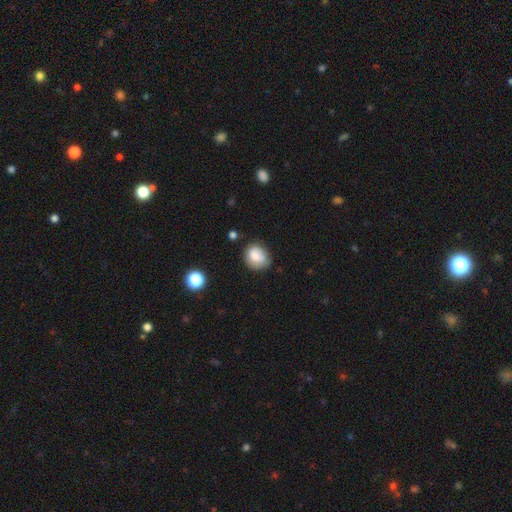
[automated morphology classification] type=smooth (81%); roundness=round (60%); merging=none (66%).